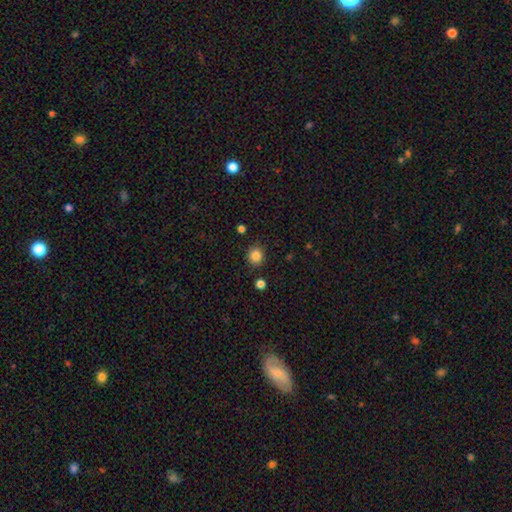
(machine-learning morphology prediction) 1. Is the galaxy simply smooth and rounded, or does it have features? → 85% smooth, 11% star or artifact, 5% featured or disk.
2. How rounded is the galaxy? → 81% round, 18% in between, 1% cigar-shaped.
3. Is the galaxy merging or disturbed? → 87% none, 8% minor disturbance, 3% merger, 2% major disturbance.